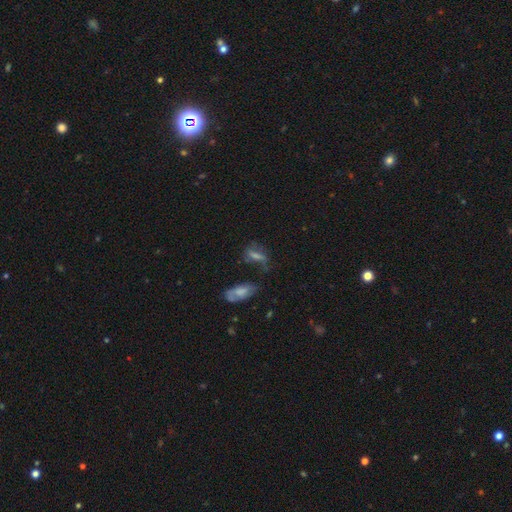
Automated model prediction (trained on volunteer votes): A smooth galaxy with no disk features (40%, tied with featured or disk).

Vote fractions:
- Smooth or featured? smooth: 40% (tied) / featured or disk: 40% (tied) / star or artifact: 20%
- Merging? none: 49% / minor disturbance: 23% / major disturbance: 17% / merger: 11%